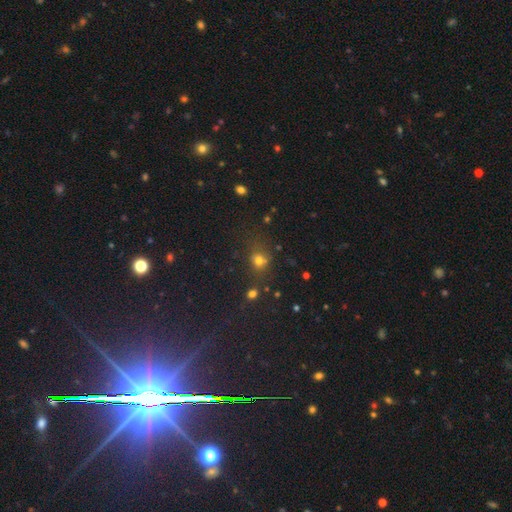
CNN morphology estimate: Q: Smooth or featured?
A: smooth (56%); runner-up: star or artifact (36%)
Q: How rounded?
A: round (78%); runner-up: in between (20%)
Q: Merging?
A: none (74%); runner-up: minor disturbance (13%)